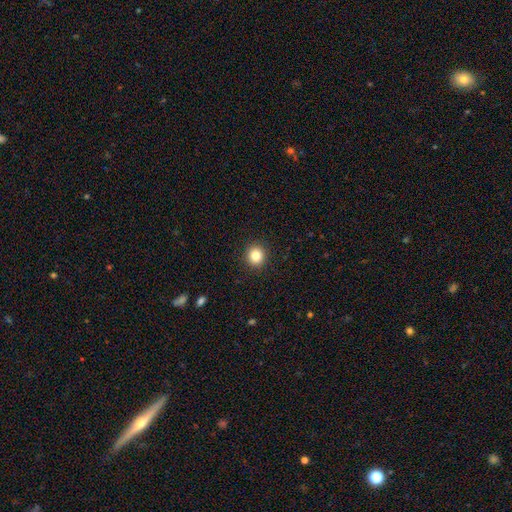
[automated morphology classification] Overall: smooth (84%). How rounded: round (90%). Merging: none (92%).